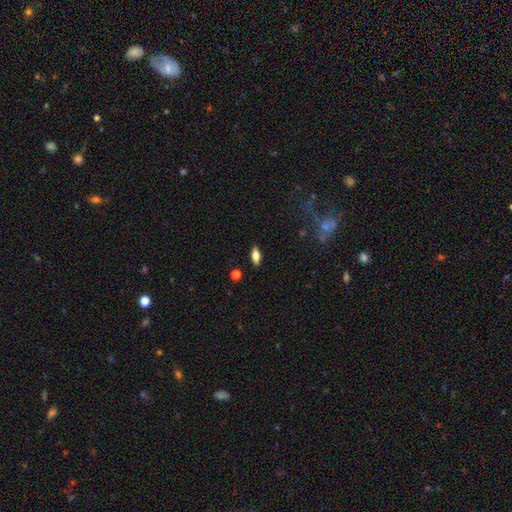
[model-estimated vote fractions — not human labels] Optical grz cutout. It shows a smooth galaxy with no disk features (65%) that is in between round and cigar-shaped (75%). Merging: none (87%).